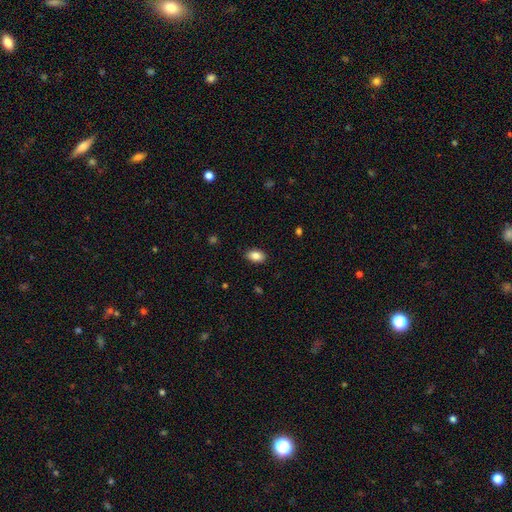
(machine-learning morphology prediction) This appears to be a smooth galaxy with no disk features (86%) that is in between round and cigar-shaped (88%). Merging: none (88%).